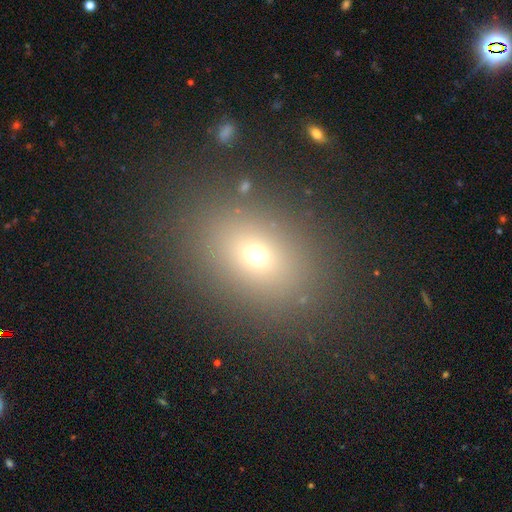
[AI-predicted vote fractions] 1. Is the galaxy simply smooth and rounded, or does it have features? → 67% smooth, 21% star or artifact, 12% featured or disk.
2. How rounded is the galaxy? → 59% in between, 39% round, 1% cigar-shaped.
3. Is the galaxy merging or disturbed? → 86% none, 8% minor disturbance, 4% major disturbance, 2% merger.